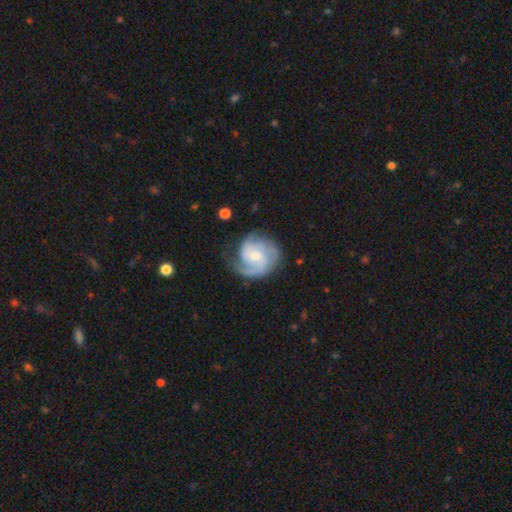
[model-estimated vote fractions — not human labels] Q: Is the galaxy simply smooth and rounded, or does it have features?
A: featured or disk — 83%.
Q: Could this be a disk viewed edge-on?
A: no — 98%.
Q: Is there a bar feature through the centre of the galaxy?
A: no — 61%.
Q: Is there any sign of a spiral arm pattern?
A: yes — 96%.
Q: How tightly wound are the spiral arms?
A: tight — 48%.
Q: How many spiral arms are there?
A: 2 — 38%.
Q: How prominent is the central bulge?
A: small — 47%, tied with moderate.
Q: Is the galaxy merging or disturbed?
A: none — 68%.